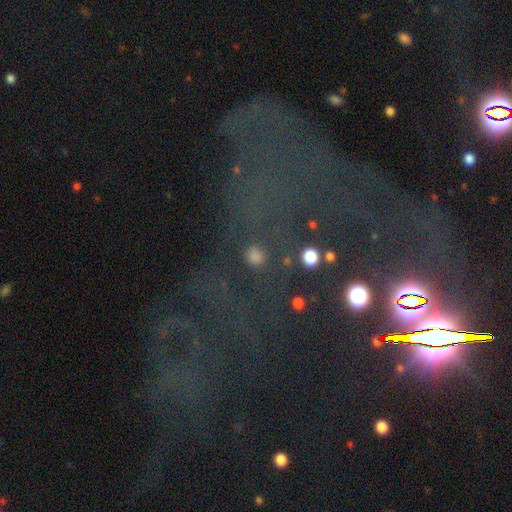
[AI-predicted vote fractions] Smooth or featured? Predicted: smooth (p=0.63). How rounded? Predicted: round (p=0.82). Merging? Predicted: none (p=0.74).